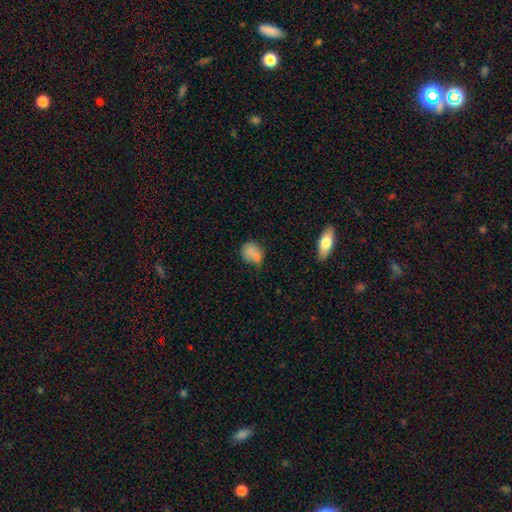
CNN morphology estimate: Smooth or featured?
  - smooth: 78% *
  - featured or disk: 11%
  - star or artifact: 11%
How rounded?
  - in between: 58% *
  - round: 40%
  - cigar-shaped: 3%
Merging?
  - none: 49% *
  - minor disturbance: 29%
  - merger: 12%
  - major disturbance: 10%